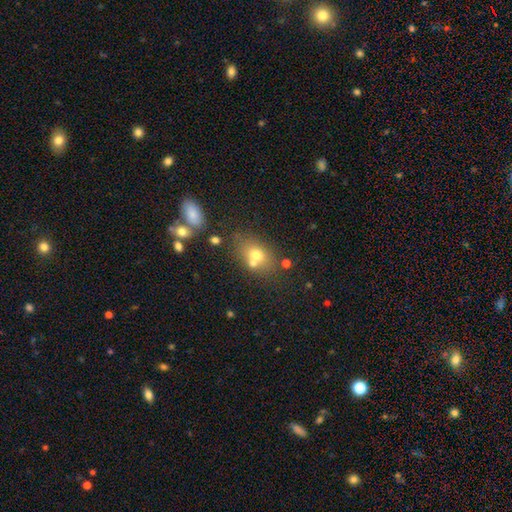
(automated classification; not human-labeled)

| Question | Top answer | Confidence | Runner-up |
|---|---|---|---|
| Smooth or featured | smooth | 66% | featured or disk (20%) |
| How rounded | in between | 68% | round (30%) |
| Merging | none | 51% | merger (30%) |